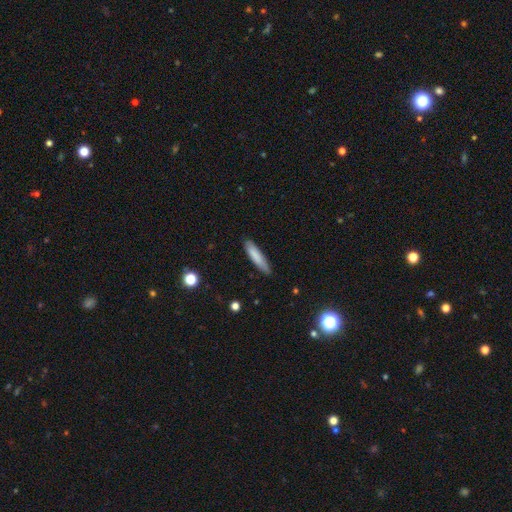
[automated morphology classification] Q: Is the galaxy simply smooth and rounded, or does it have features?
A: smooth — 81%.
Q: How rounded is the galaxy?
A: cigar-shaped — 83%.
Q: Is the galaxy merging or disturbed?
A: none — 82%.